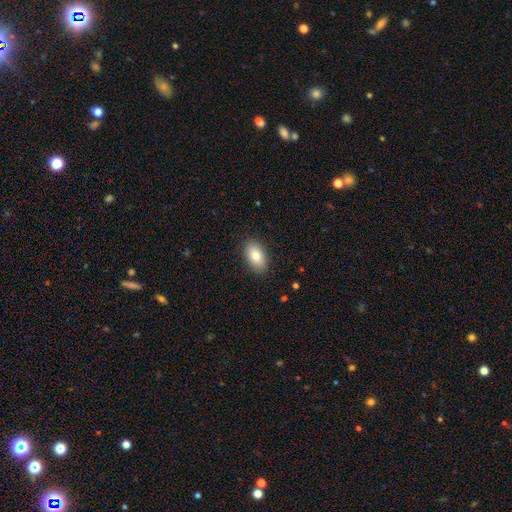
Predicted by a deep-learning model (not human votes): Morphology: type=smooth (82%); roundness=in between (92%); merging=none (88%).